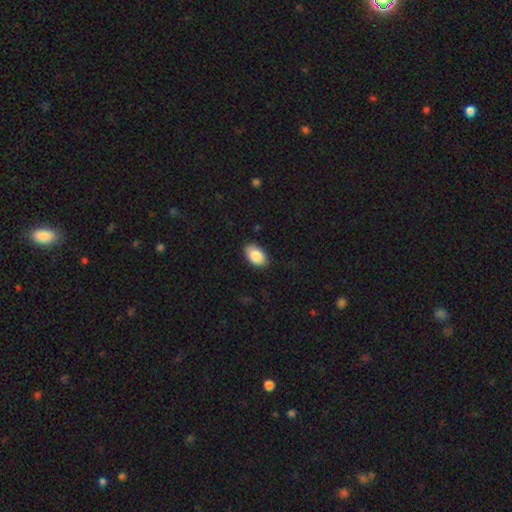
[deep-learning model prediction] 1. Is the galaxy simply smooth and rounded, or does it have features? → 89% smooth, 6% star or artifact, 5% featured or disk.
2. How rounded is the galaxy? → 92% in between, 6% round, 1% cigar-shaped.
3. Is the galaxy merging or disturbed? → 83% none, 13% minor disturbance, 2% major disturbance, 1% merger.